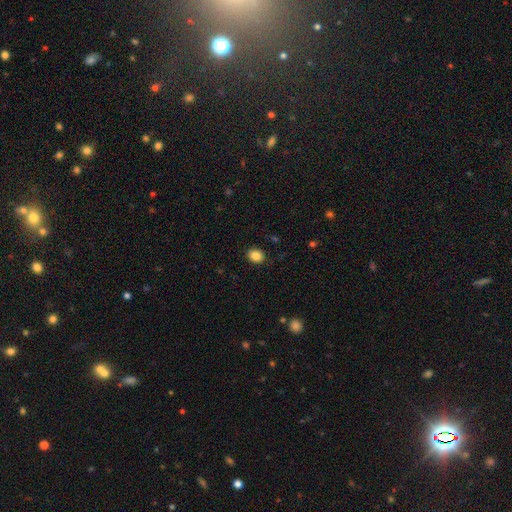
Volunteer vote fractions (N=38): Overall: smooth (84%). How rounded: round (56%; in between 44%). Merging: none (100%).